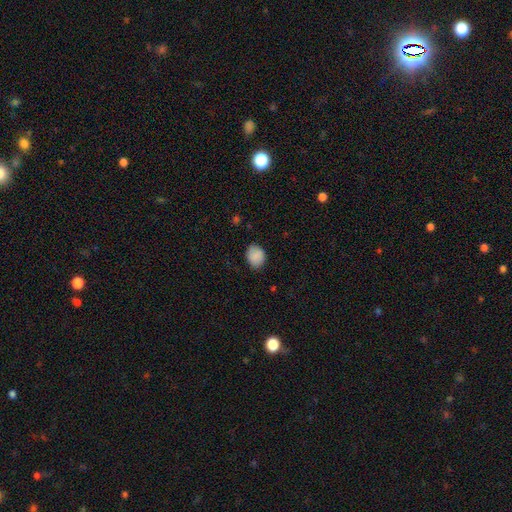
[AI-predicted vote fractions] Smooth or featured? smooth (88%)
How rounded? in between (54%)
Merging? none (81%)